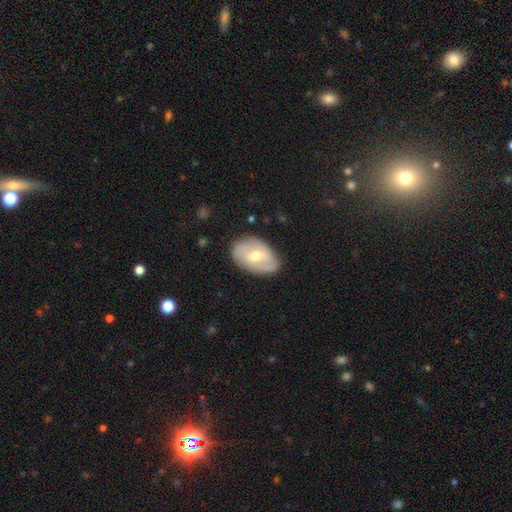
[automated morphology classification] Smooth or featured? featured or disk (56%)
Edge-on disk? no (93%)
Bar? weak (46%)
Spiral arms? yes (64%)
Bulge size? moderate (64%)
Merging? none (75%)